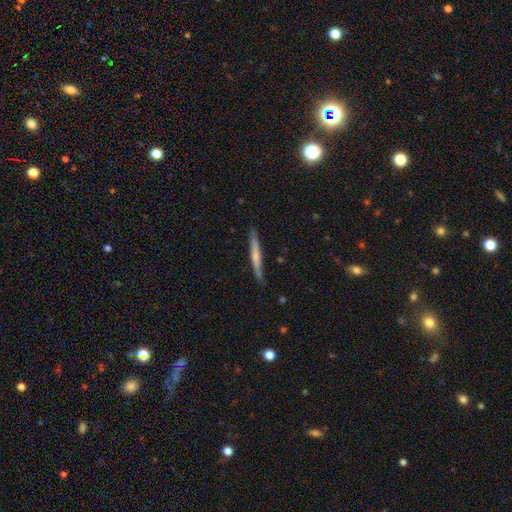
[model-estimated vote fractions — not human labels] This appears to be a featured or disk galaxy (47%, tied with smooth). Merging: none (85%).